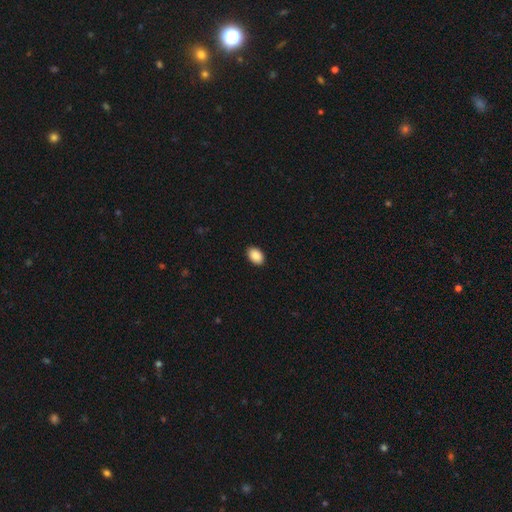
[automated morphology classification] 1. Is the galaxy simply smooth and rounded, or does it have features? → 90% smooth, 7% star or artifact, 3% featured or disk.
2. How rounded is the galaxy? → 88% in between, 11% round, 1% cigar-shaped.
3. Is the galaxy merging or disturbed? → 91% none, 7% minor disturbance, 2% major disturbance, 1% merger.